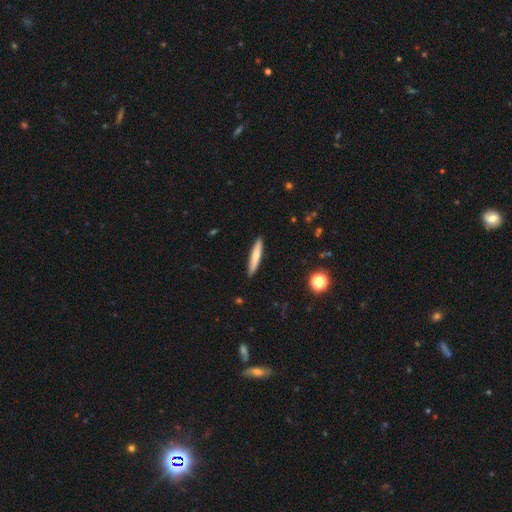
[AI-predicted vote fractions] This is likely a smooth galaxy (63%). How rounded: clearly cigar-shaped (92%). Merging: clearly none (90%).